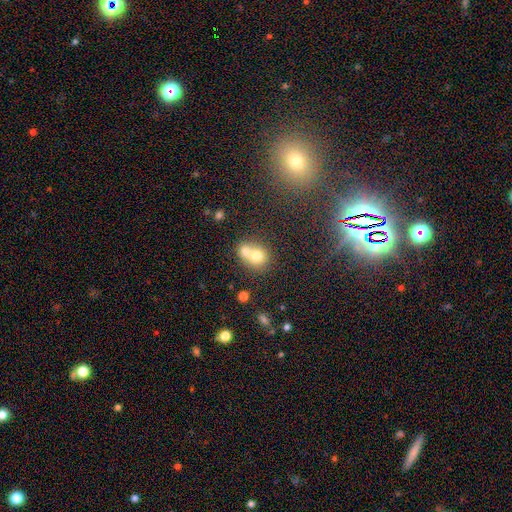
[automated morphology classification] Smooth or featured? smooth (70%)
How rounded? round (71%)
Merging? merger (66%)